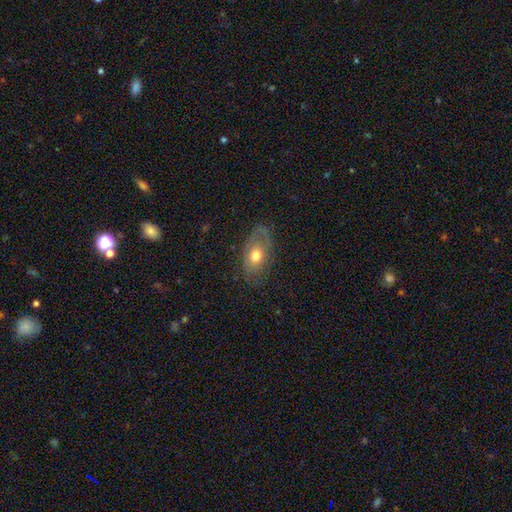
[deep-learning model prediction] Smooth or featured: smooth — 57% (featured or disk — 34%)
How rounded: in between — 86% (round — 11%)
Merging: none — 66% (minor disturbance — 23%)